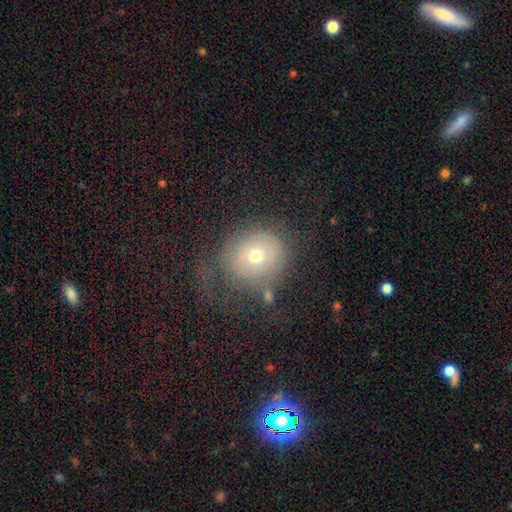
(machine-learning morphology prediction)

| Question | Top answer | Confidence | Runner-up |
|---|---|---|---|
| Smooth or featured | smooth | 58% | featured or disk (29%) |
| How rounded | round | 80% | in between (19%) |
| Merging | none | 48% | major disturbance (27%) |